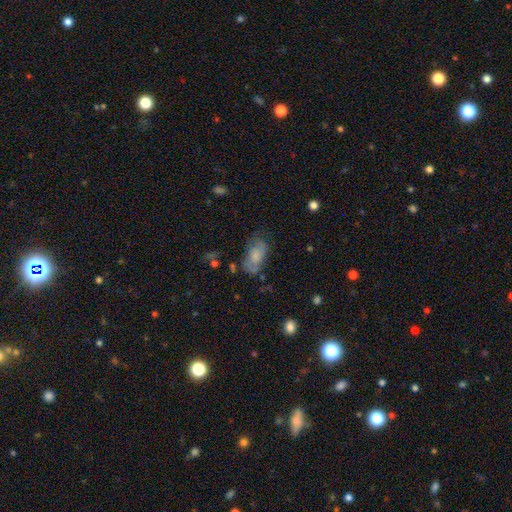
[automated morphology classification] Smooth or featured: smooth — 62% (featured or disk — 29%)
How rounded: in between — 91% (round — 5%)
Merging: none — 54% (minor disturbance — 28%)